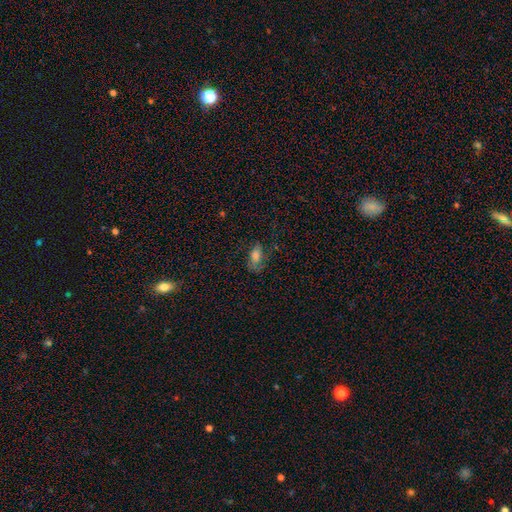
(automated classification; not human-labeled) Overall: smooth (57%; featured or disk 29%). How rounded: in between (84%). Merging: none (56%; minor disturbance 24%).